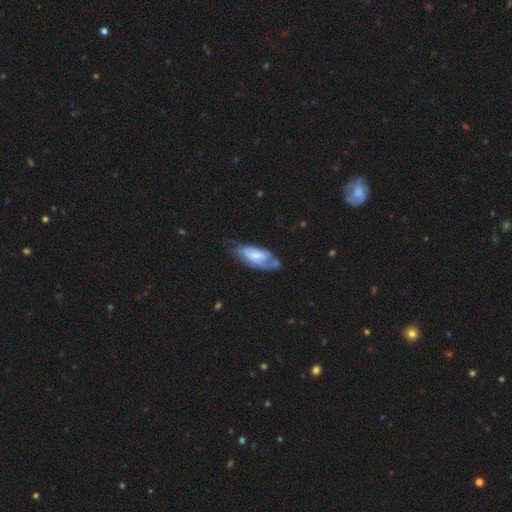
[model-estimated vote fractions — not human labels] This appears to be a featured or disk galaxy (52%). Merging: none (45%).